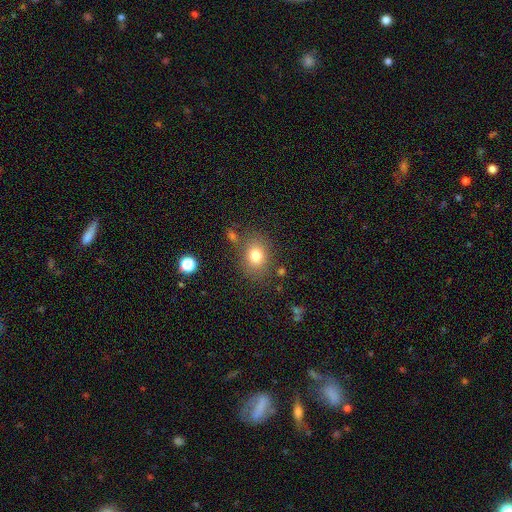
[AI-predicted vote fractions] smooth 79%, star or artifact 11%, featured or disk 10%. Down the decision tree: how rounded — in between (54%); merging — none (75%).